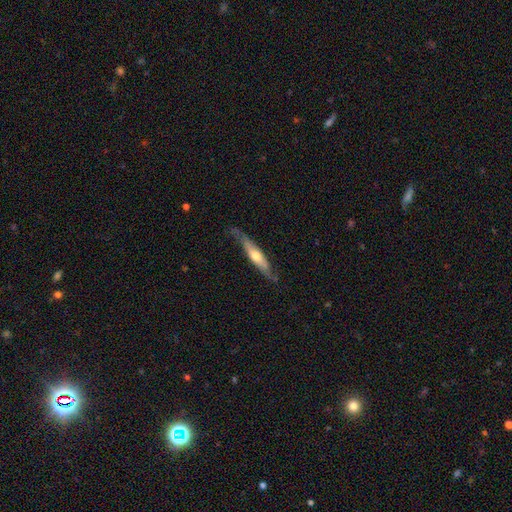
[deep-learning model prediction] Q: Smooth or featured?
A: featured or disk (59%); runner-up: smooth (36%)
Q: Edge-on disk?
A: yes (80%); runner-up: no (20%)
Q: Merging?
A: none (67%); runner-up: minor disturbance (24%)